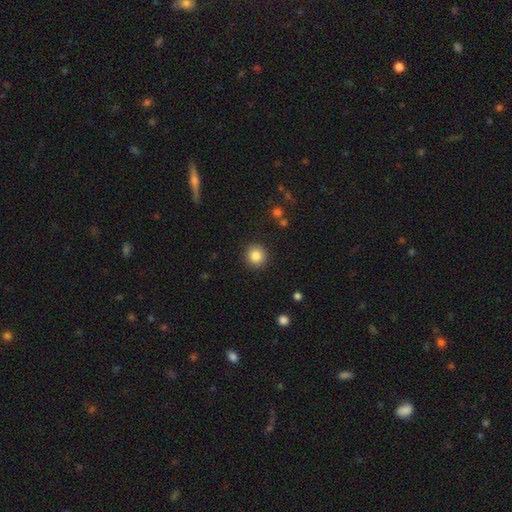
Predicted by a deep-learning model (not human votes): The model was most divided on "smooth or featured": smooth: 85%, star or artifact: 10%, featured or disk: 5%. More confident: how rounded — round (93%); merging — none (91%).